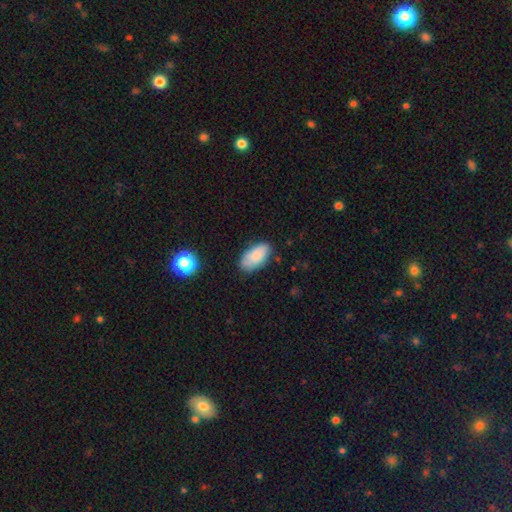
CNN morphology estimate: This appears to be a smooth galaxy with no disk features (85%) that is in between round and cigar-shaped (94%). Merging: none (79%).